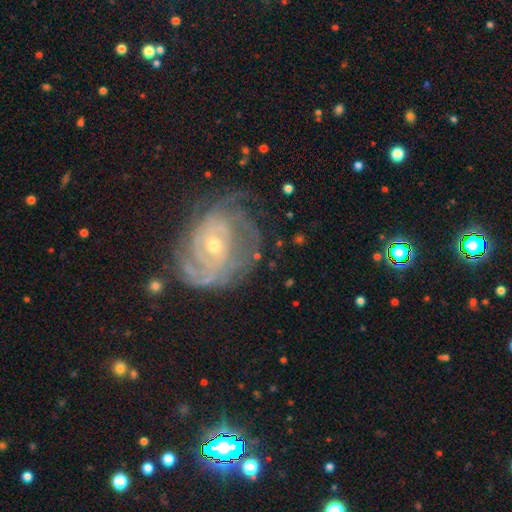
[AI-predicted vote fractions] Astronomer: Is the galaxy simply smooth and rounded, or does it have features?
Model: featured or disk — 85%.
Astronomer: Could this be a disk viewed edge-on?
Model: no — 97%.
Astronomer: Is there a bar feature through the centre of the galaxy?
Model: no — 70%.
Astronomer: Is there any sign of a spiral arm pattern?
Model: yes — 93%.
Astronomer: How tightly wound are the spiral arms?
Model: tight — 69%.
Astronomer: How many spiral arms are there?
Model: can't tell — 39% (runner-up: 2, 17%).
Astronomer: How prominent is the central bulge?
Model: small — 61%.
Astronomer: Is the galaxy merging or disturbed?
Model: none — 59%.